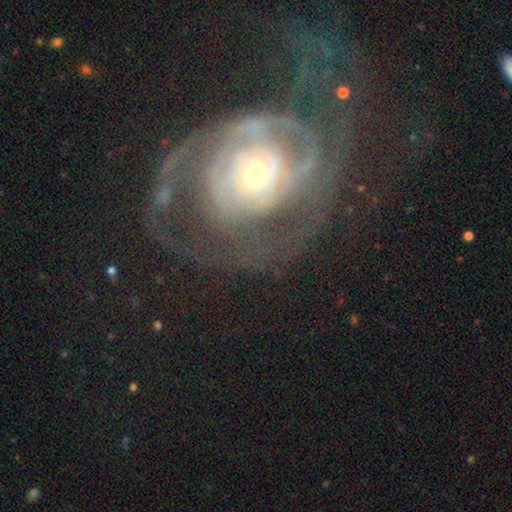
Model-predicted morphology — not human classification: Overall: featured or disk (81%). Edge-on disk: no (96%). Bar: no (73%). Spiral arms: yes (79%). Spiral arm count: can't tell (41%; 2 27%). Spiral winding: tight (58%; medium 28%). Bulge size: small (52%; moderate 40%). Merging: none (44%; major disturbance 35%).